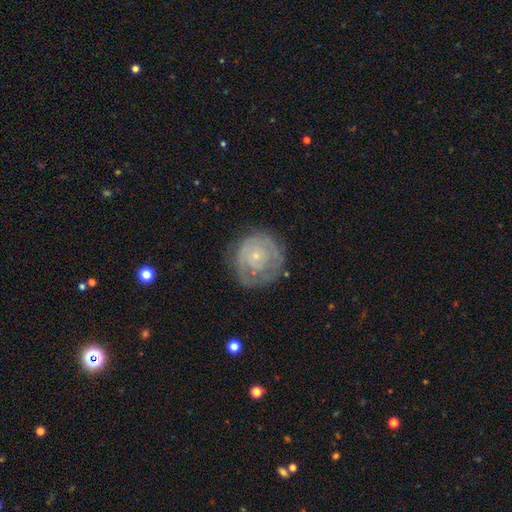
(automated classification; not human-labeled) Smooth or featured: featured or disk — 62% (smooth — 31%)
Edge-on disk: no — 97% (yes — 3%)
Bar: no — 85% (weak — 13%)
Spiral arms: yes — 68% (no — 32%)
Bulge size: small — 82% (moderate — 13%)
Merging: none — 67% (minor disturbance — 20%)